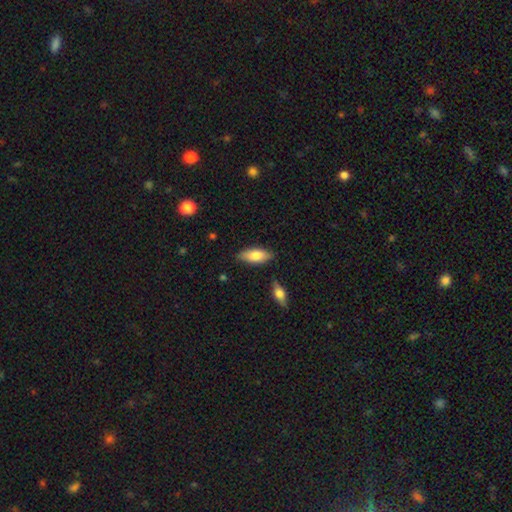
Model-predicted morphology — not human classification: A smooth galaxy with no disk features (76%) that is in between round and cigar-shaped (78%).

Vote fractions:
- Smooth or featured? smooth: 76% / featured or disk: 18% / star or artifact: 6%
- How rounded? in between: 78% / cigar-shaped: 20% / round: 2%
- Merging? none: 81% / minor disturbance: 13% / merger: 3% / major disturbance: 3%